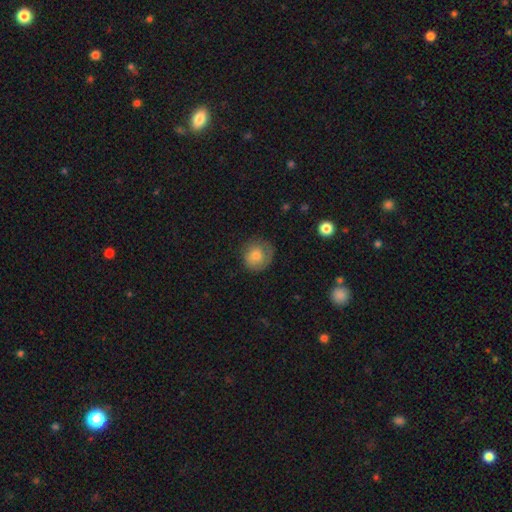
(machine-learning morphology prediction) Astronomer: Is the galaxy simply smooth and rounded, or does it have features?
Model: smooth — 74%.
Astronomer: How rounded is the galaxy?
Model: round — 84%.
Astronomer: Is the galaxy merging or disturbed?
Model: none — 67%.